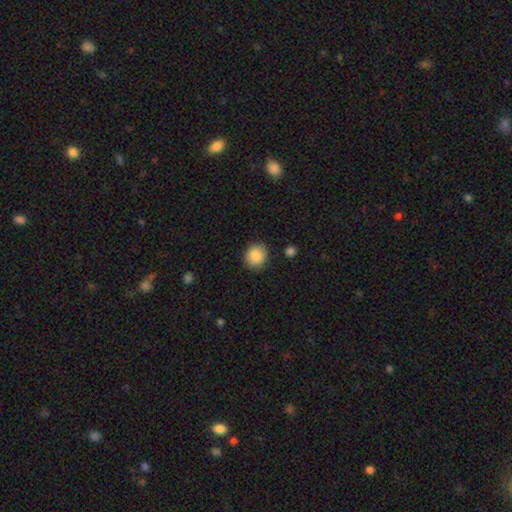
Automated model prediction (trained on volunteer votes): Smooth or featured? smooth (87%)
How rounded? round (82%)
Merging? none (88%)